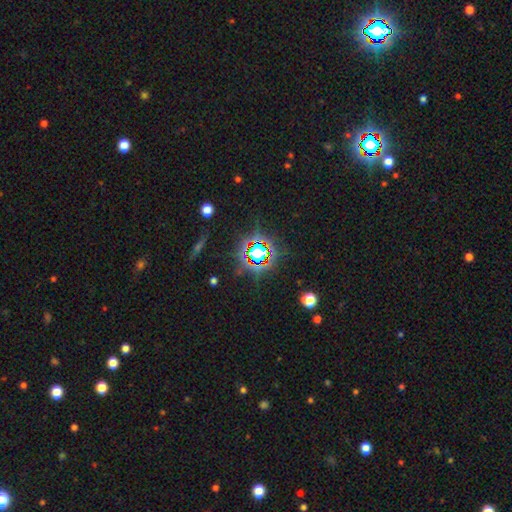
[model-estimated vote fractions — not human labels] Smooth or featured? Predicted: star or artifact (p=0.75).